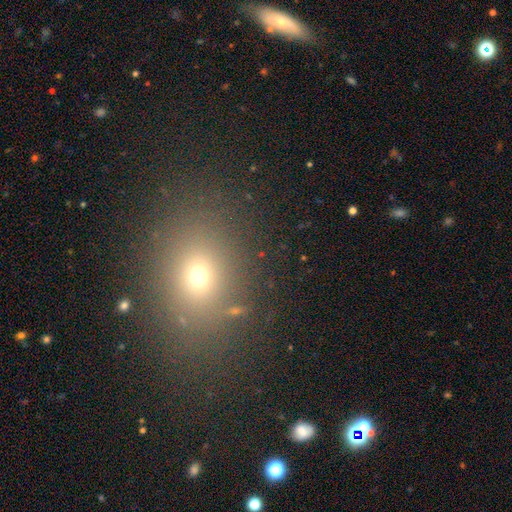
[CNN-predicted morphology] Smooth or featured?
  - smooth: 62% *
  - star or artifact: 27%
  - featured or disk: 11%
How rounded?
  - in between: 56% *
  - round: 42%
  - cigar-shaped: 2%
Merging?
  - none: 85% *
  - minor disturbance: 9%
  - major disturbance: 4%
  - merger: 3%